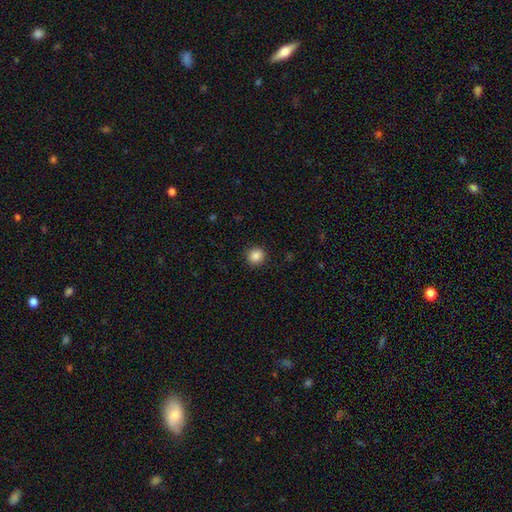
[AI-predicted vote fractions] Smooth or featured? Predicted: smooth (p=0.87). How rounded? Predicted: round (p=0.93). Merging? Predicted: none (p=0.91).